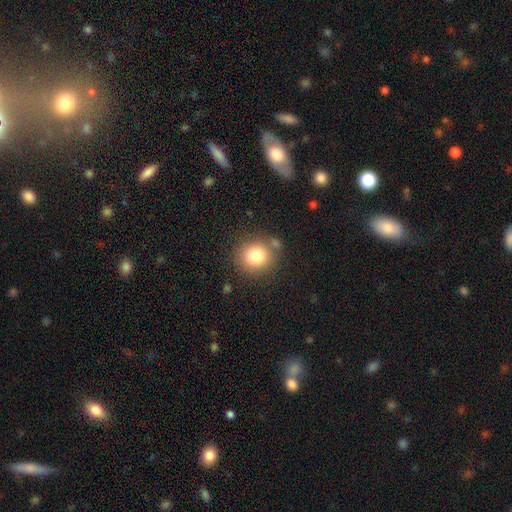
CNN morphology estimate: Smooth or featured? Predicted: smooth (p=0.81). How rounded? Predicted: round (p=0.87). Merging? Predicted: none (p=0.78).